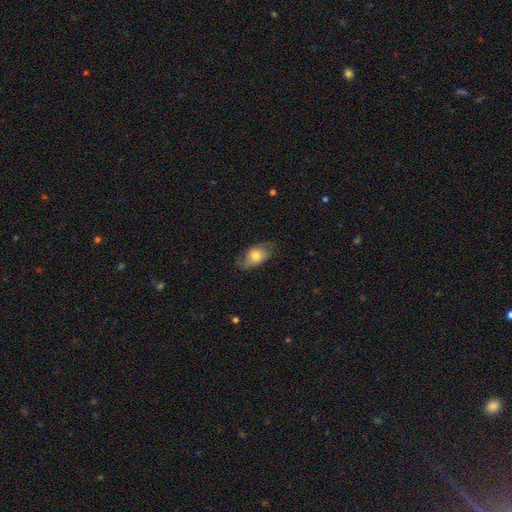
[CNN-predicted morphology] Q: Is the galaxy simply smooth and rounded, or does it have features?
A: smooth — 63%.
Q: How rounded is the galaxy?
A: in between — 84%.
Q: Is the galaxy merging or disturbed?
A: none — 68%.